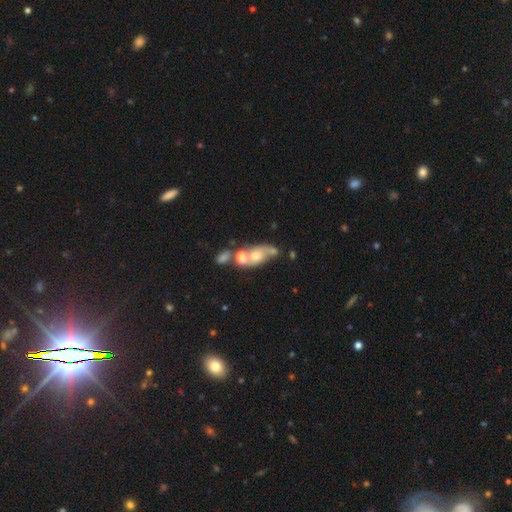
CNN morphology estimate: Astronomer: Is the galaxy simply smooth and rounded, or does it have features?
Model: smooth — 46% (runner-up: featured or disk, 40%).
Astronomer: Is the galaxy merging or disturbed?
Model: merger — 44% (runner-up: none, 28%).